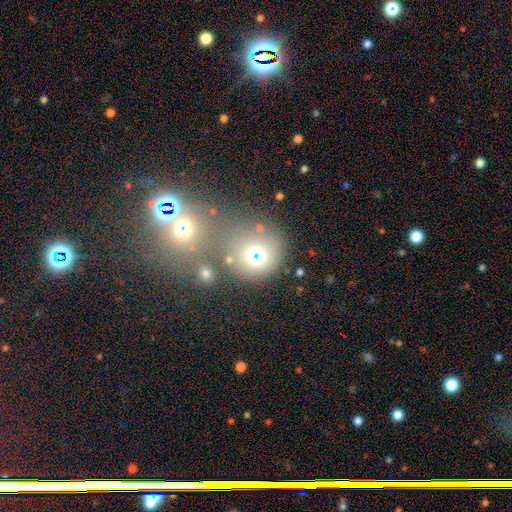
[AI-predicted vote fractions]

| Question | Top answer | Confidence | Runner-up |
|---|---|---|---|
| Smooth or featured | smooth | 57% | star or artifact (30%) |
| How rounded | round | 80% | in between (18%) |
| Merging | none | 55% | merger (27%) |